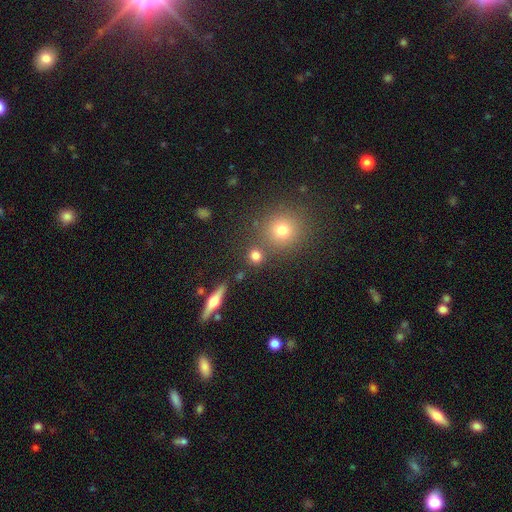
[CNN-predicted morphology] This appears to be a smooth galaxy with no disk features (77%) that is round (86%). Merging: none (77%).